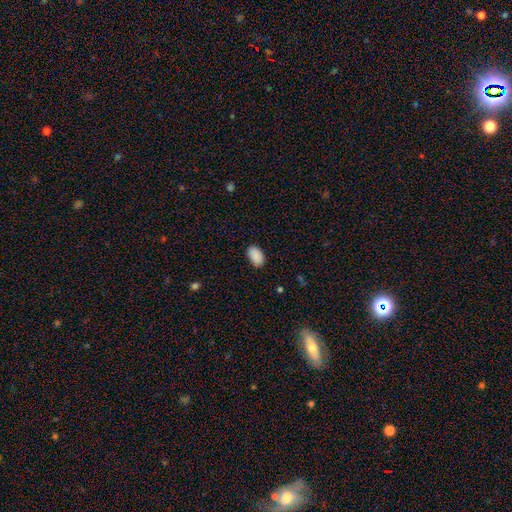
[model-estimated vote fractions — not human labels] The model was most divided on "merging": none: 86%, minor disturbance: 11%, major disturbance: 2%, merger: 1%. More confident: how rounded — in between (93%); smooth or featured — smooth (90%).